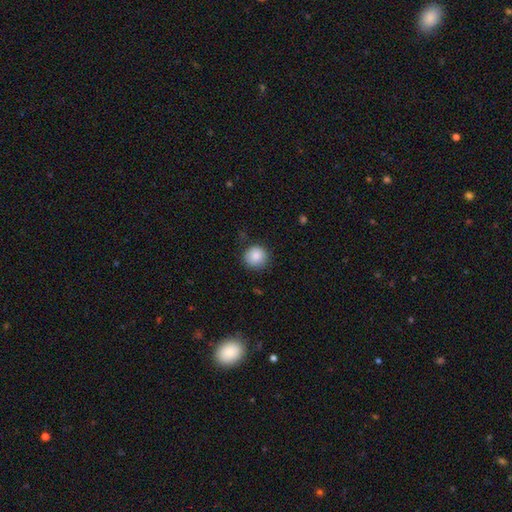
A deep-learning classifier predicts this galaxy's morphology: smooth-or-featured: smooth: 86% | star or artifact: 8% | featured or disk: 6%
  how-rounded: round: 93% | in between: 6% | cigar-shaped: 1%
  merging: none: 84% | minor disturbance: 12% | major disturbance: 3% | merger: 1%